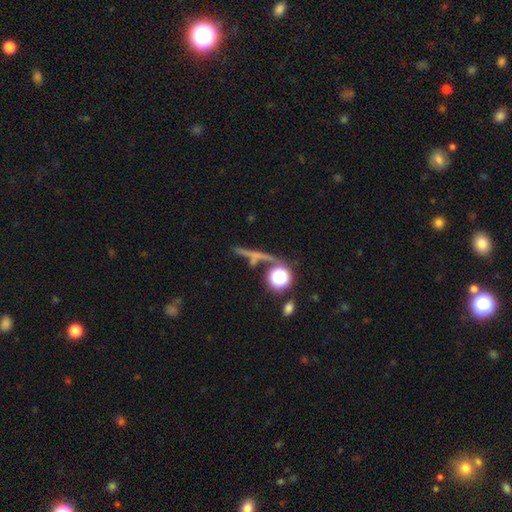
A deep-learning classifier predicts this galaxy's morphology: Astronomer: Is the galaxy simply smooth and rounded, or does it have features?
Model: smooth — 42% (runner-up: featured or disk, 35%).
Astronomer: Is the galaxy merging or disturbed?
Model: none — 66%.